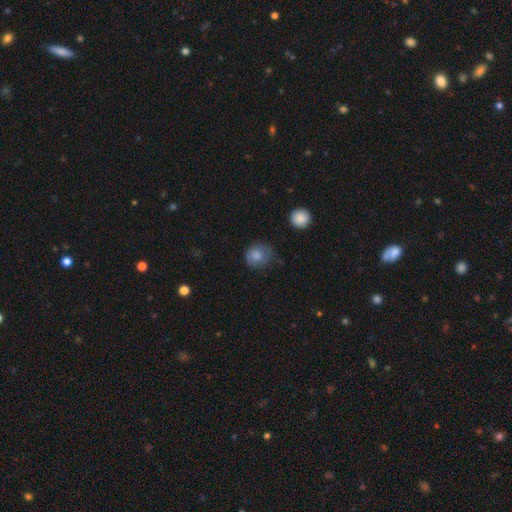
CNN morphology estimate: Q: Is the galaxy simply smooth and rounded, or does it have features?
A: smooth — 77%.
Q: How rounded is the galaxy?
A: round — 82%.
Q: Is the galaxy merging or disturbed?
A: none — 65%.